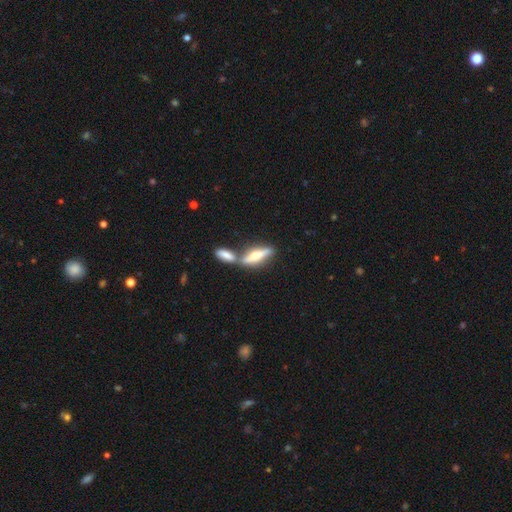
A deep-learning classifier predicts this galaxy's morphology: Smooth or featured? Predicted: featured or disk (p=0.55). Edge-on disk? Predicted: yes (p=0.88). Merging? Predicted: none (p=0.49).